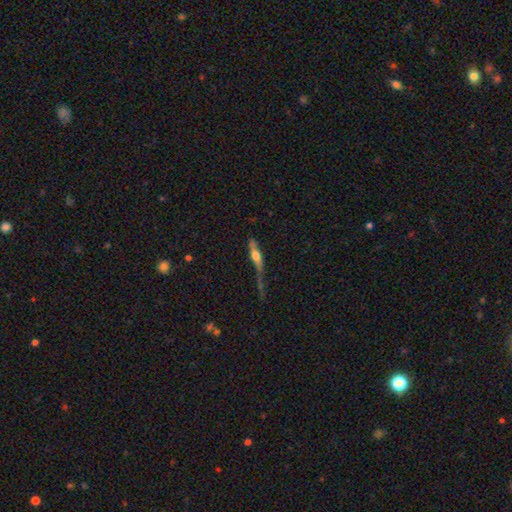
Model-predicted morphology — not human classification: Q: Smooth or featured?
A: featured or disk (51%); runner-up: smooth (40%)
Q: Edge-on disk?
A: yes (76%); runner-up: no (24%)
Q: Merging?
A: major disturbance (33%); runner-up: none (31%)